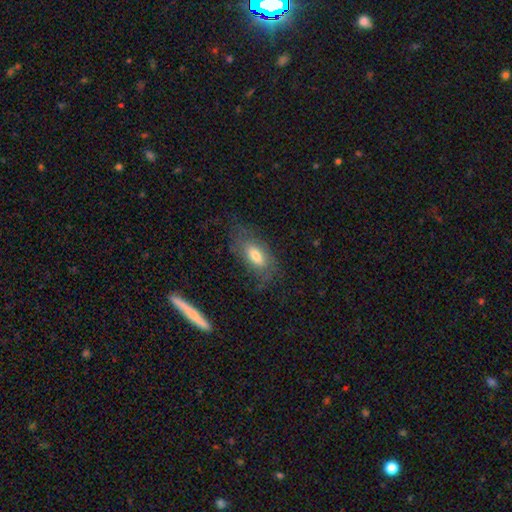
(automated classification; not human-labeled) Q: Smooth or featured?
A: smooth (58%); runner-up: featured or disk (33%)
Q: How rounded?
A: in between (84%); runner-up: cigar-shaped (12%)
Q: Merging?
A: none (61%); runner-up: minor disturbance (22%)